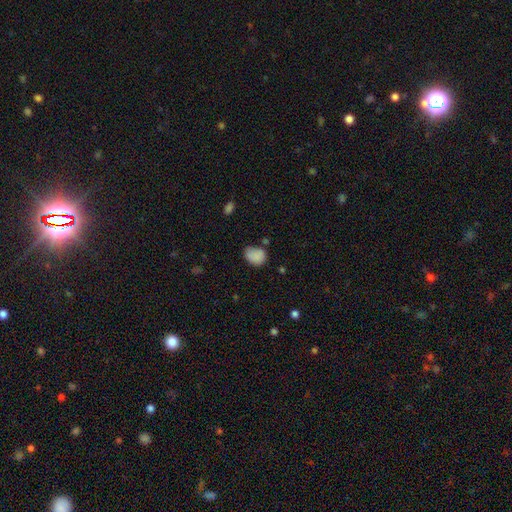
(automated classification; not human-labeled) smooth_or_featured: smooth (p=0.84) [alt: star or artifact p=0.09]
how_rounded: in between (p=0.66) [alt: round p=0.33]
merging: none (p=0.54) [alt: minor disturbance p=0.31]